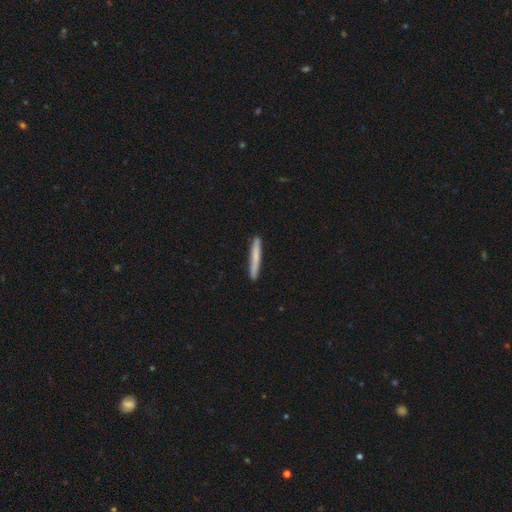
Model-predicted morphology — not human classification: This appears to be a smooth galaxy with no disk features (63%) that is cigar-shaped (97%). Merging: none (89%).